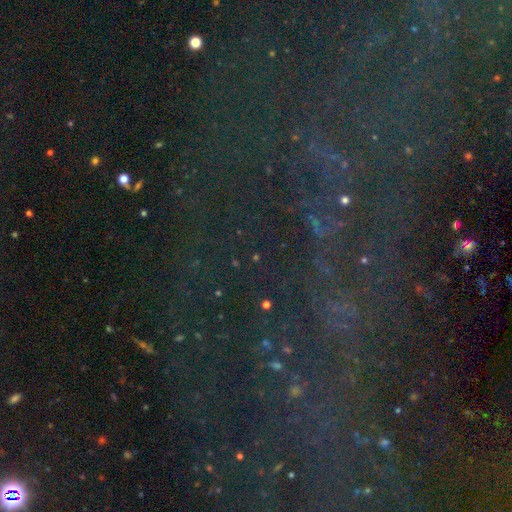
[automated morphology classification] Smooth or featured? star or artifact (82%)